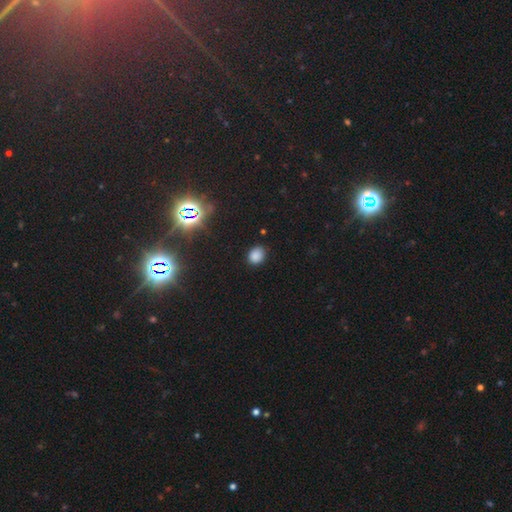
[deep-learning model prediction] This appears to be a smooth galaxy with no disk features (81%) that is in between round and cigar-shaped (51%). Merging: none (83%).